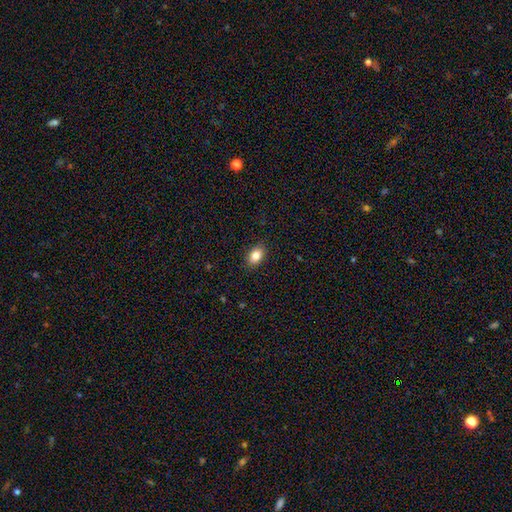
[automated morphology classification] Smooth or featured: smooth — 84% (star or artifact — 8%)
How rounded: in between — 83% (round — 16%)
Merging: none — 89% (minor disturbance — 8%)